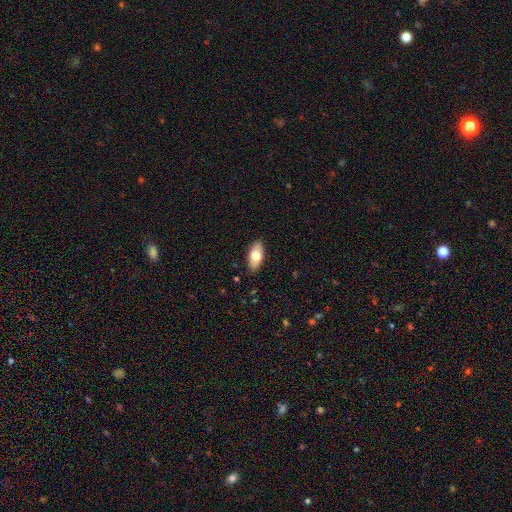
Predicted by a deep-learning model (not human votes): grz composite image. It shows a smooth galaxy with no disk features (73%) that is in between round and cigar-shaped (88%). Merging: none (88%).